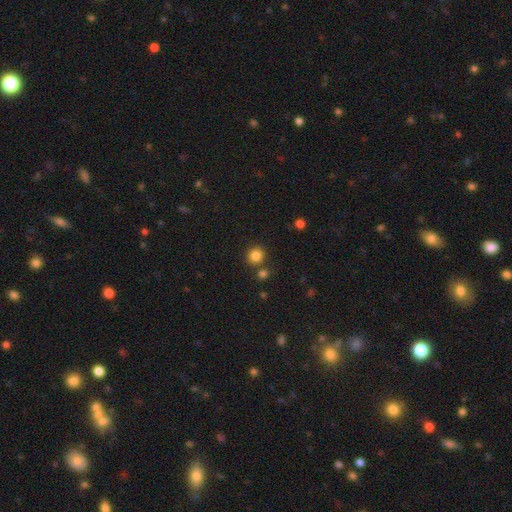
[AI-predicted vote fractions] A smooth galaxy with no disk features (84%) that is round (88%). Merging: none (78%).